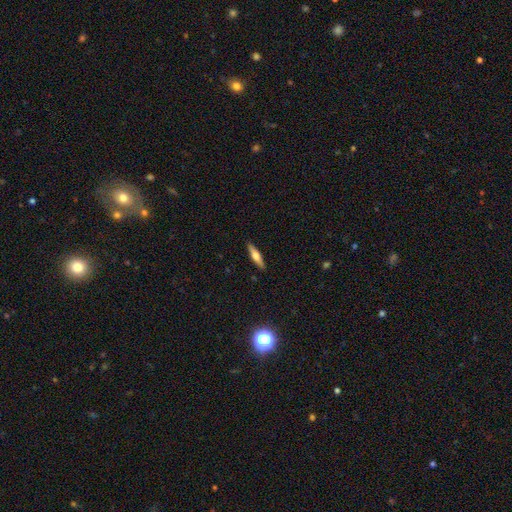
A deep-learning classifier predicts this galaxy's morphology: smooth-or-featured: smooth: 51% | featured or disk: 42% | star or artifact: 6%
  how-rounded: cigar-shaped: 78% | in between: 20% | round: 2%
  merging: none: 90% | minor disturbance: 8% | major disturbance: 2% | merger: 1%